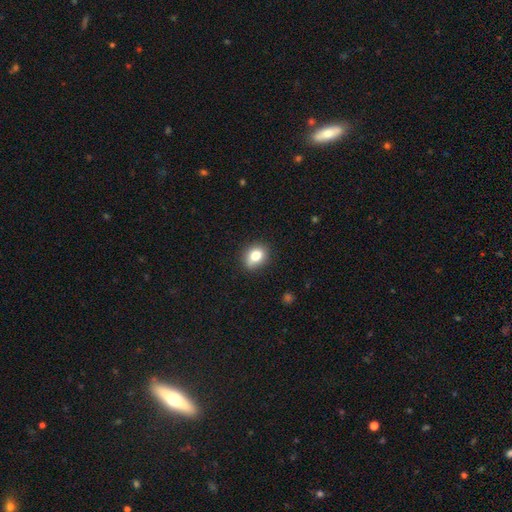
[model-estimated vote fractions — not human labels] A smooth galaxy with no disk features (79%) that is round (55%). Merging: none (81%).